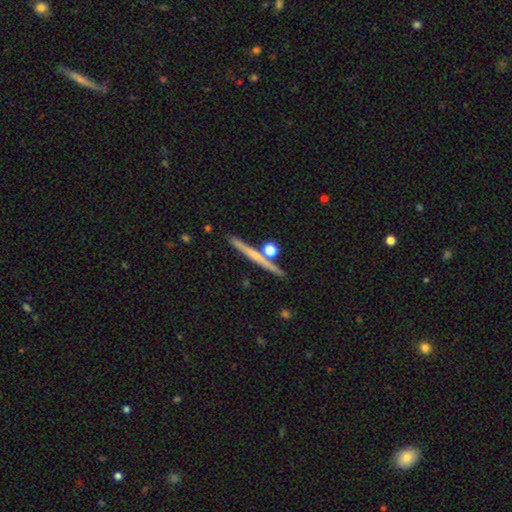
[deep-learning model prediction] Smooth or featured? Predicted: featured or disk (p=0.52). Edge-on disk? Predicted: yes (p=0.96). Merging? Predicted: none (p=0.82).